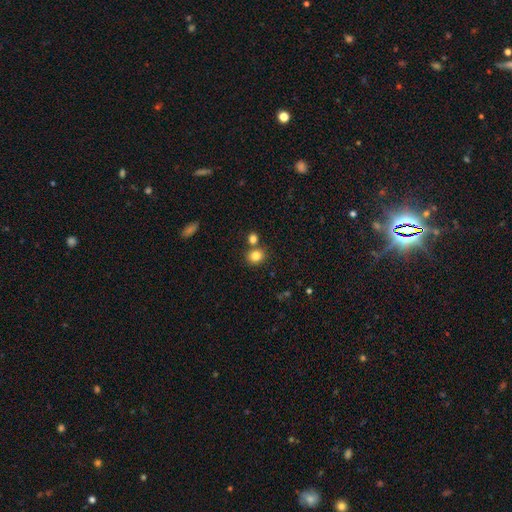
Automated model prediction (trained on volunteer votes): Overall: smooth (82%). How rounded: round (78%). Merging: none (70%).